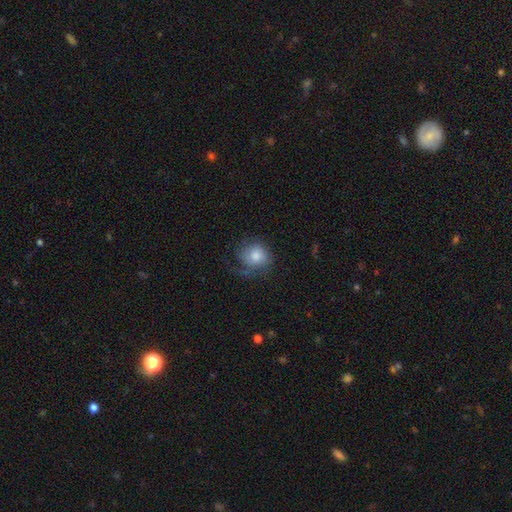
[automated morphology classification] Overall: smooth (59%; featured or disk 32%). How rounded: round (79%). Merging: none (52%; major disturbance 23%).